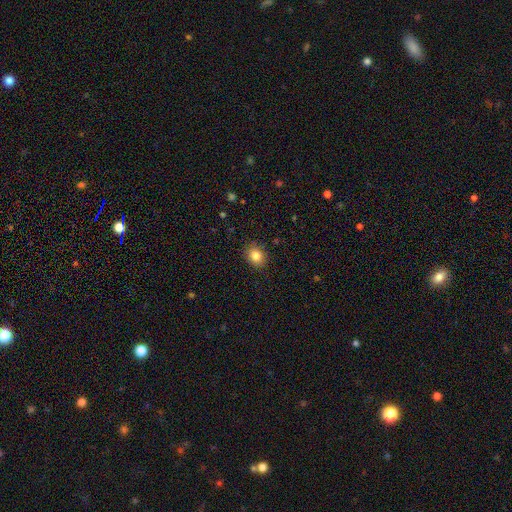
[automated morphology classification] Smooth or featured? Predicted: smooth (p=0.83). How rounded? Predicted: round (p=0.56). Merging? Predicted: none (p=0.88).